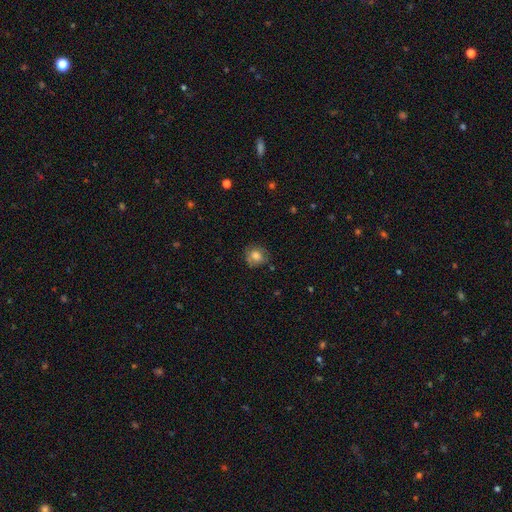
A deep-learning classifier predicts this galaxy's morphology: smooth 76%, featured or disk 14%, star or artifact 10%. Down the decision tree: how rounded — round (79%); merging — none (68%).